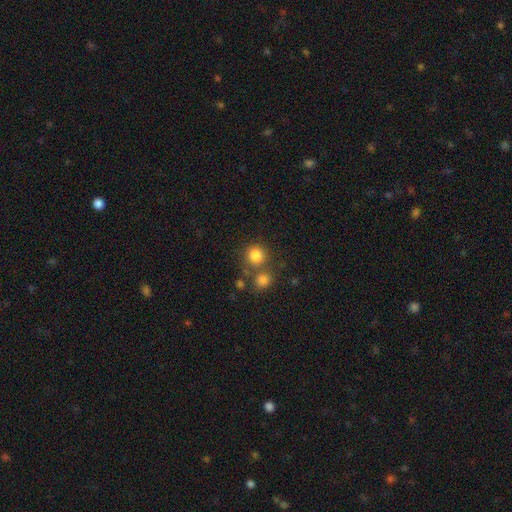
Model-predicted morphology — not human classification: A smooth galaxy with no disk features (82%) that is round (91%).

Vote fractions:
- Smooth or featured? smooth: 82% / star or artifact: 12% / featured or disk: 6%
- How rounded? round: 91% / in between: 8% / cigar-shaped: 1%
- Merging? none: 66% / merger: 21% / minor disturbance: 9% / major disturbance: 4%